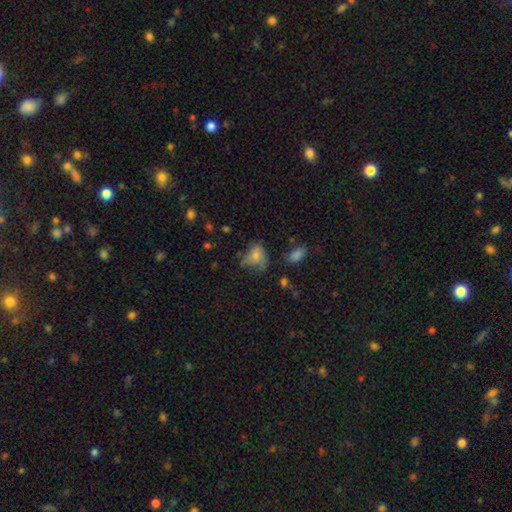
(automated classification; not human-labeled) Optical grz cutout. It shows a smooth galaxy with no disk features (63%) that is in between round and cigar-shaped (71%). Merging: major disturbance (36%).